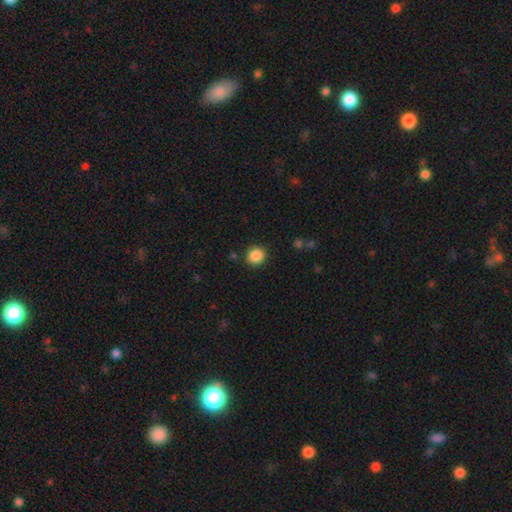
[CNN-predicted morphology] Smooth or featured: smooth — 87% (star or artifact — 10%)
How rounded: round — 89% (in between — 10%)
Merging: none — 89% (minor disturbance — 7%)